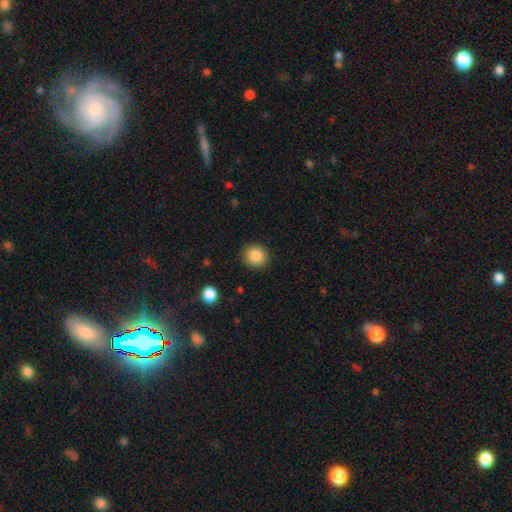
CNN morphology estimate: smooth-or-featured: smooth: 86% | star or artifact: 9% | featured or disk: 5%
  how-rounded: round: 83% | in between: 16% | cigar-shaped: 1%
  merging: none: 88% | minor disturbance: 8% | major disturbance: 2% | merger: 1%